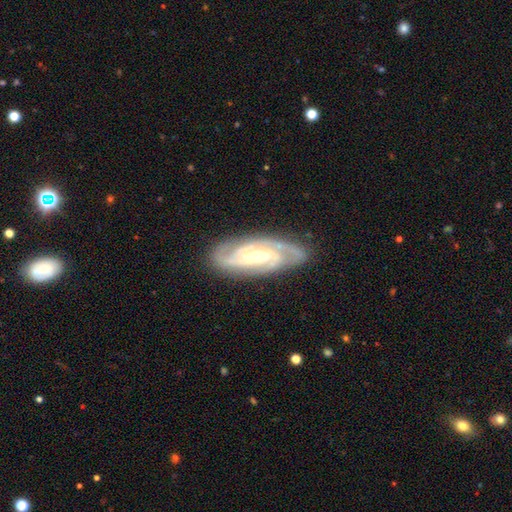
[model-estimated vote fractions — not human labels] Overall: featured or disk (89%). Edge-on disk: no (94%). Bar: weak (42%; no 33%). Spiral arms: yes (98%). Spiral arm count: 3 (40%; 2 32%). Spiral winding: tight (58%; medium 36%). Bulge size: small (54%; moderate 41%). Merging: none (81%).